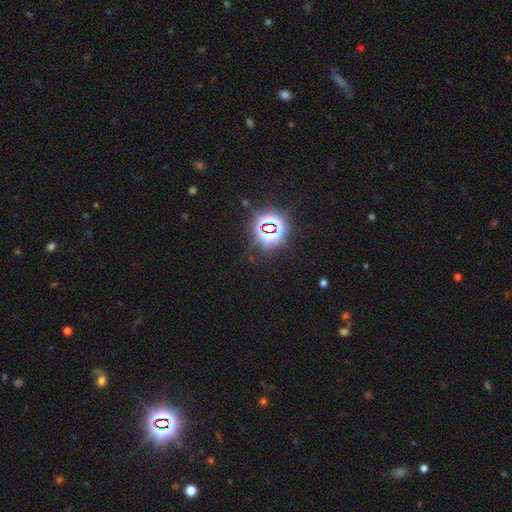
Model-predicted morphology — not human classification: A star or artifact, not a galaxy (80%).

Vote fractions:
- Smooth or featured? star or artifact: 80% / smooth: 12% / featured or disk: 7%